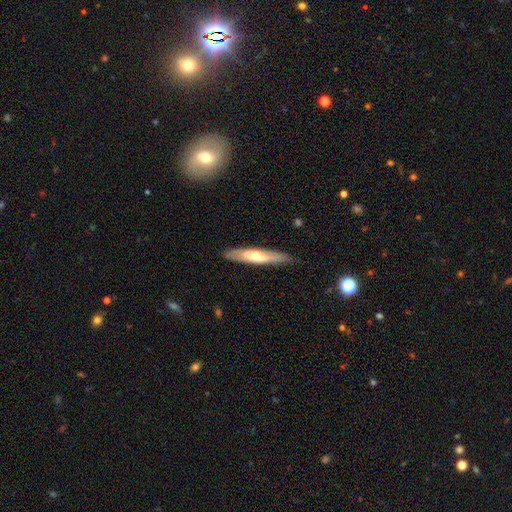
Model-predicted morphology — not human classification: Smooth or featured? Predicted: smooth (p=0.51). How rounded? Predicted: cigar-shaped (p=0.86). Merging? Predicted: none (p=0.84).